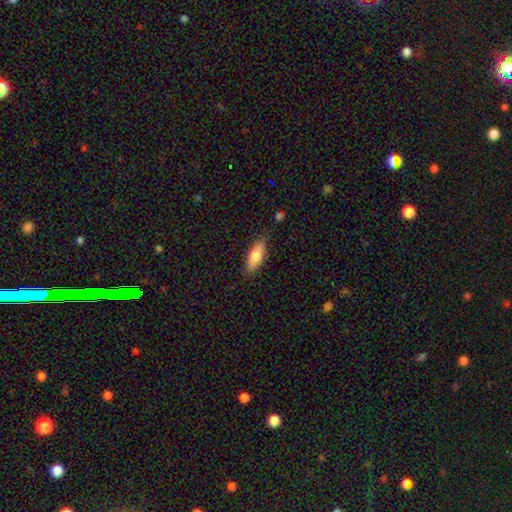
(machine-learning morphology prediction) Smooth or featured: smooth — 76% (featured or disk — 17%)
How rounded: in between — 69% (cigar-shaped — 28%)
Merging: none — 83% (minor disturbance — 13%)